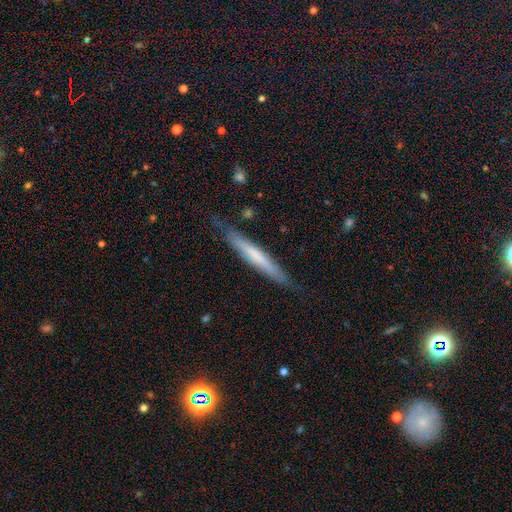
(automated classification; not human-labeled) This is possibly a smooth galaxy (54%). How rounded: clearly cigar-shaped (95%). Merging: clearly none (80%).